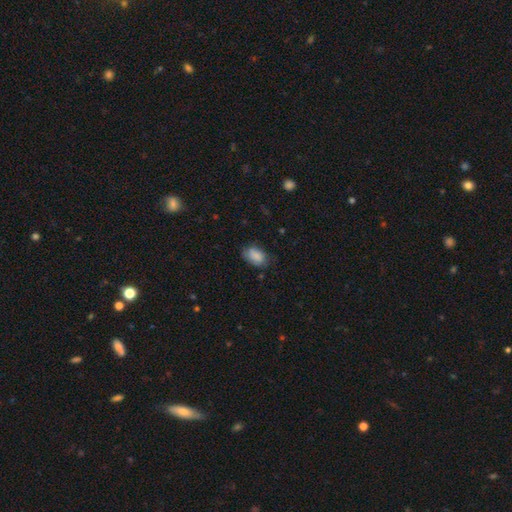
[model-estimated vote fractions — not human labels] Q: Smooth or featured?
A: smooth (85%); runner-up: star or artifact (8%)
Q: How rounded?
A: in between (87%); runner-up: round (11%)
Q: Merging?
A: none (68%); runner-up: minor disturbance (24%)